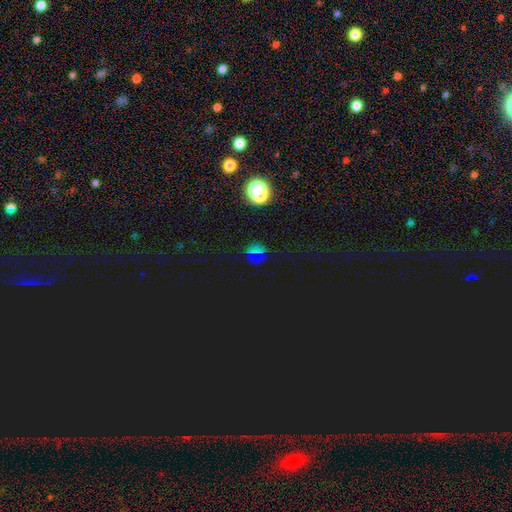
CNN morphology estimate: Smooth or featured? star or artifact (59%)